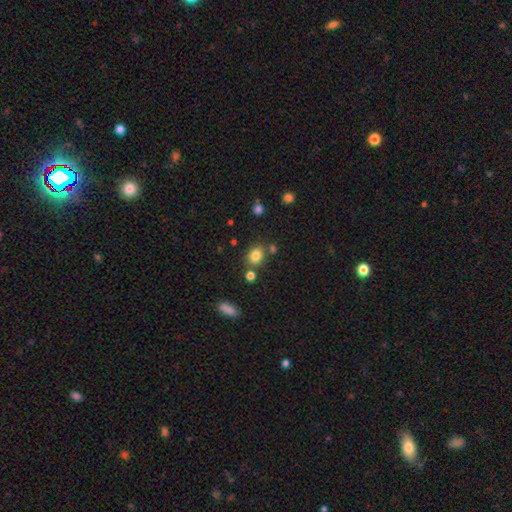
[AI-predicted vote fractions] Morphology: type=smooth (81%); roundness=round (56%); merging=none (72%).